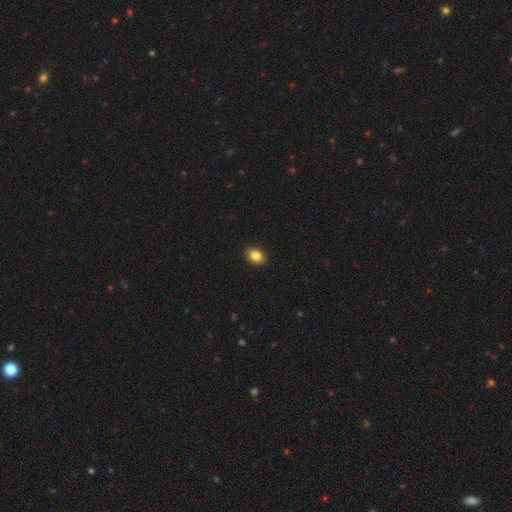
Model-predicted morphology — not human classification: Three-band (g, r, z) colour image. It shows a smooth galaxy with no disk features (84%) that is in between round and cigar-shaped (65%). Merging: none (91%).